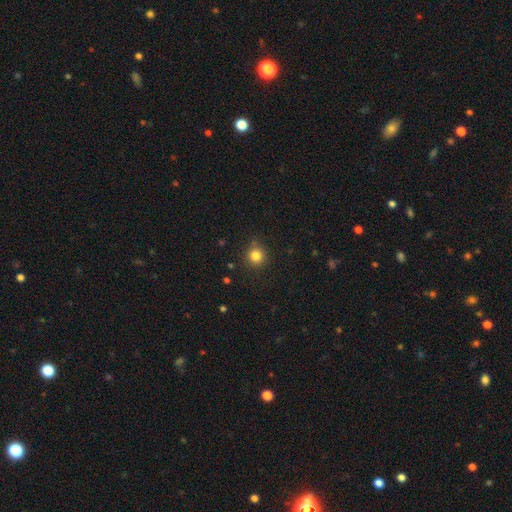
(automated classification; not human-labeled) Smooth or featured: smooth — 83% (star or artifact — 12%)
How rounded: round — 92% (in between — 7%)
Merging: none — 85% (minor disturbance — 11%)